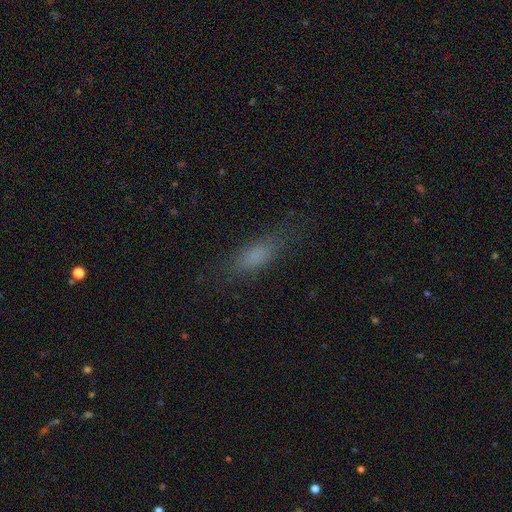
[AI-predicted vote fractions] This appears to be a smooth galaxy with no disk features (73%) that is in between round and cigar-shaped (52%). Merging: none (73%).